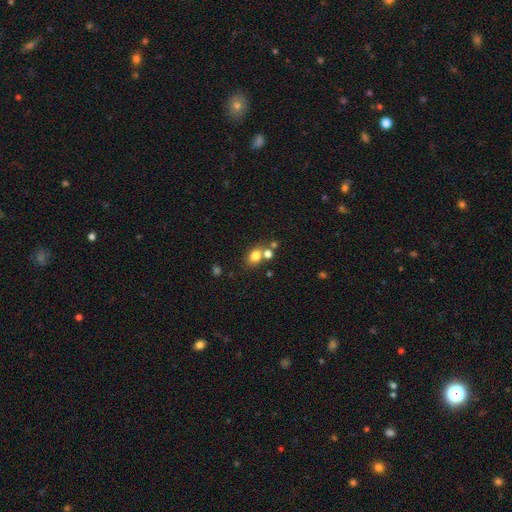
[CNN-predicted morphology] type=smooth (77%); roundness=in between (53%); merging=none (57%).